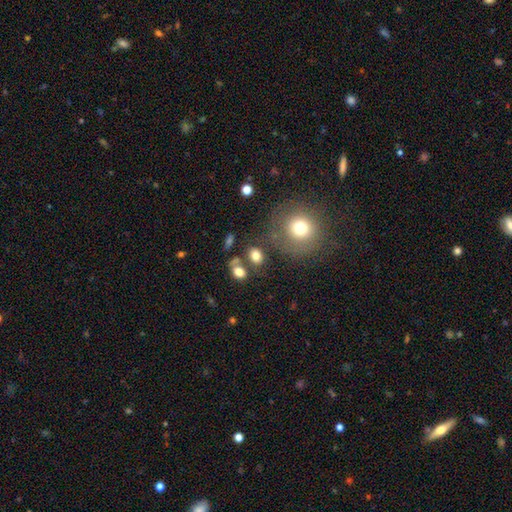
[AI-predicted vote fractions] Smooth or featured? smooth (78%)
How rounded? in between (62%)
Merging? none (62%)